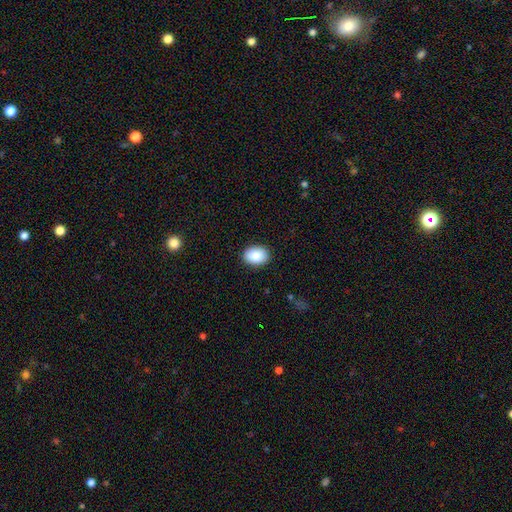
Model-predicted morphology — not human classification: Q: Smooth or featured?
A: smooth (88%); runner-up: star or artifact (7%)
Q: How rounded?
A: in between (74%); runner-up: round (25%)
Q: Merging?
A: none (90%); runner-up: minor disturbance (8%)